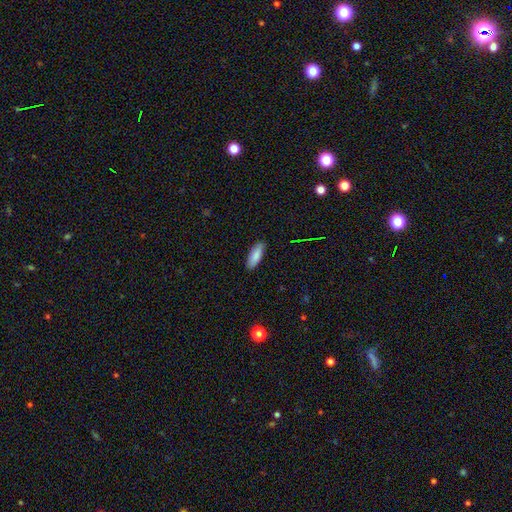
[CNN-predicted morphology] Q: Smooth or featured?
A: smooth (86%); runner-up: featured or disk (8%)
Q: How rounded?
A: in between (65%); runner-up: cigar-shaped (33%)
Q: Merging?
A: none (87%); runner-up: minor disturbance (10%)